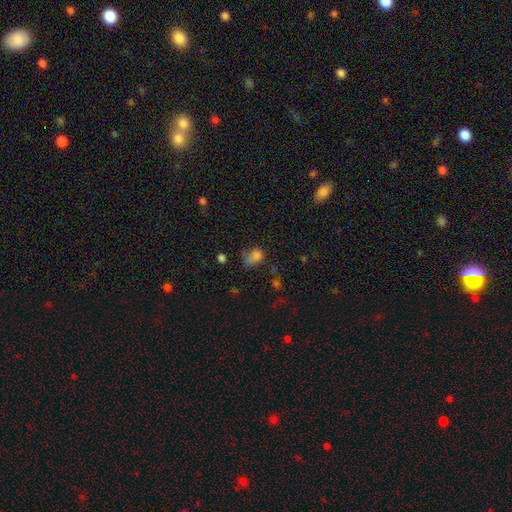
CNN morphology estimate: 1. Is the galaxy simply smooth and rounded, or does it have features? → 74% smooth, 15% star or artifact, 11% featured or disk.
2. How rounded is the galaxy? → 62% in between, 36% round, 2% cigar-shaped.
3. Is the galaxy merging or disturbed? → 34% none, 29% minor disturbance, 25% major disturbance, 12% merger.